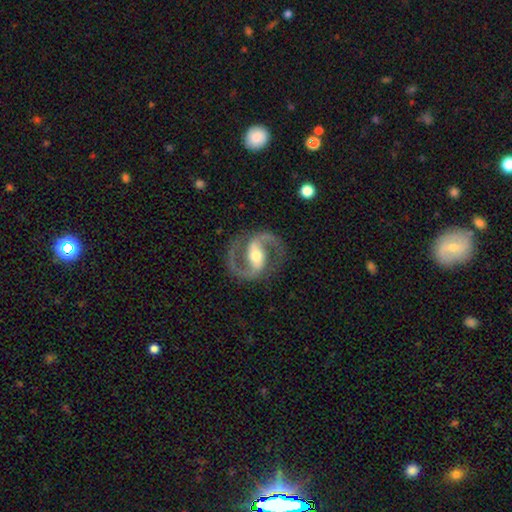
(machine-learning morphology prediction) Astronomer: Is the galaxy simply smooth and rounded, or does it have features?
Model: featured or disk — 92%.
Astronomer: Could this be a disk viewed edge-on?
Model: no — 97%.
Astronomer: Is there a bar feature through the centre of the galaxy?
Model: strong — 56% (runner-up: weak, 31%).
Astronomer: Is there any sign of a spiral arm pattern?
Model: yes — 97%.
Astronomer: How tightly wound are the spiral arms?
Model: medium — 66%.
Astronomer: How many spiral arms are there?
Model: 2 — 94%.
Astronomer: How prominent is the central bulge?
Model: moderate — 69%.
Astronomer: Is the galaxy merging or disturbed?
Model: none — 84%.